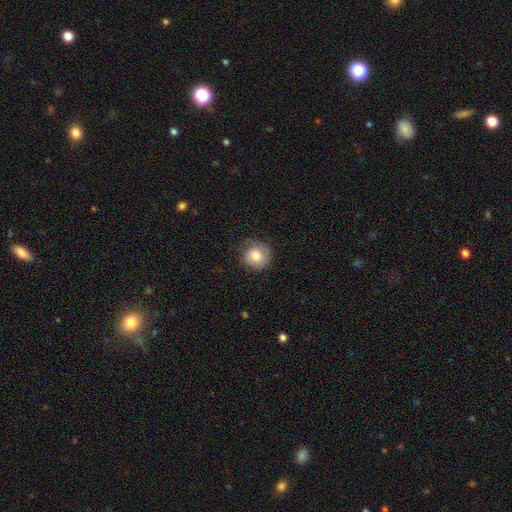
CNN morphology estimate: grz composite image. It shows a smooth galaxy with no disk features (79%) that is round (92%). Merging: none (75%).